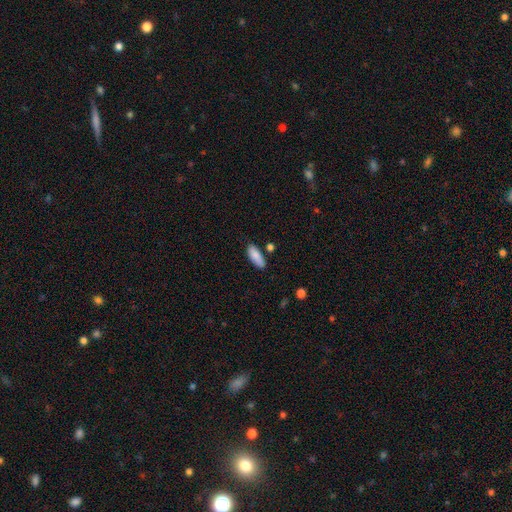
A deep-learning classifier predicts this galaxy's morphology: smooth-or-featured: smooth: 87% | featured or disk: 7% | star or artifact: 6%
  how-rounded: in between: 75% | cigar-shaped: 23% | round: 2%
  merging: none: 78% | minor disturbance: 14% | merger: 5% | major disturbance: 3%